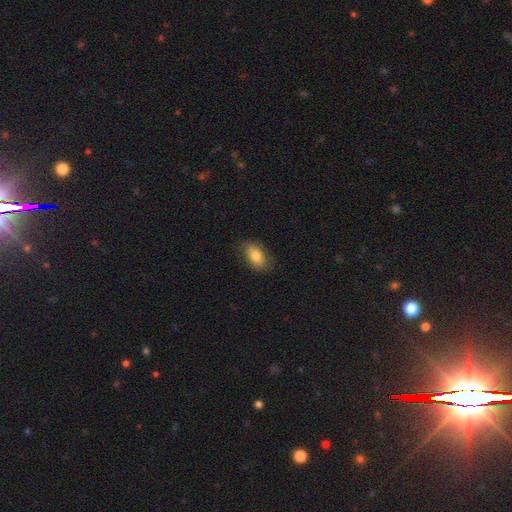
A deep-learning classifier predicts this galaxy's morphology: Overall: smooth (82%). How rounded: in between (91%). Merging: none (82%).